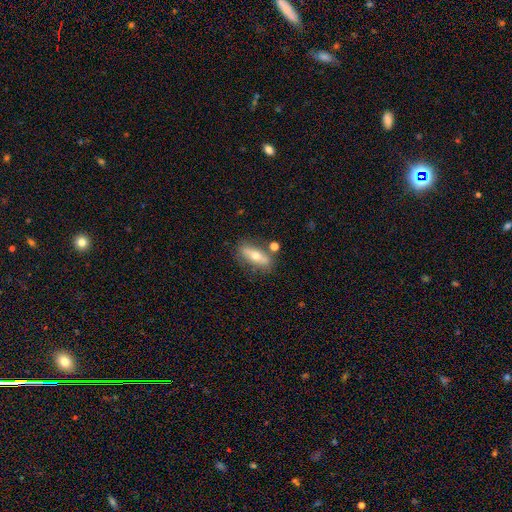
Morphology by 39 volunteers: This appears to be a smooth galaxy with no disk features (49%) that is in between round and cigar-shaped (79%). Merging: none (78%).